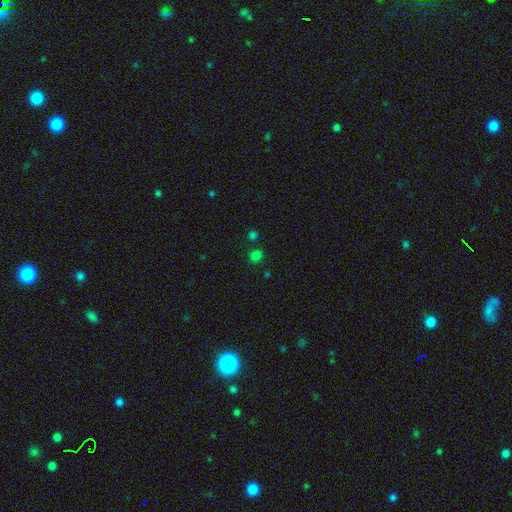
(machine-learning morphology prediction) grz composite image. It shows a smooth galaxy with no disk features (75%) that is round (90%). Merging: none (82%).